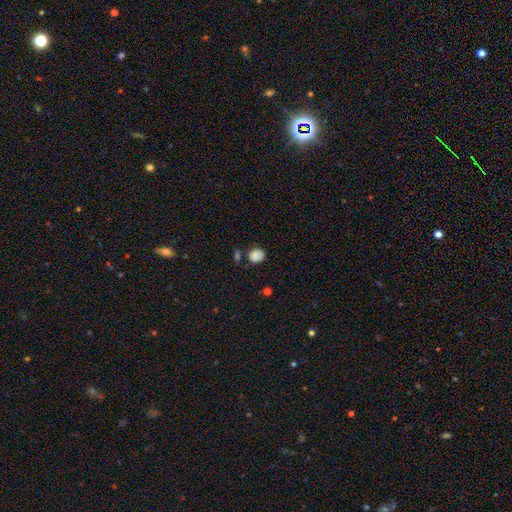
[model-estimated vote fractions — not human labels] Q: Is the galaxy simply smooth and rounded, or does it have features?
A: smooth — 84%.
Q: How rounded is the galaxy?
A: round — 77%.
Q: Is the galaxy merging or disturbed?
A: none — 67%.